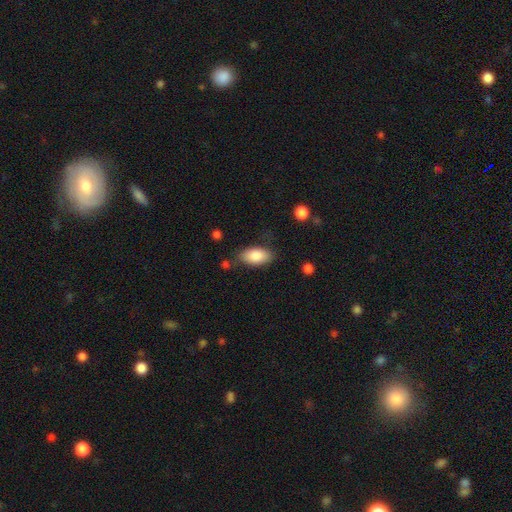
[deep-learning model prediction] Q: Smooth or featured?
A: smooth (86%); runner-up: featured or disk (8%)
Q: How rounded?
A: in between (93%); runner-up: cigar-shaped (4%)
Q: Merging?
A: none (74%); runner-up: minor disturbance (17%)